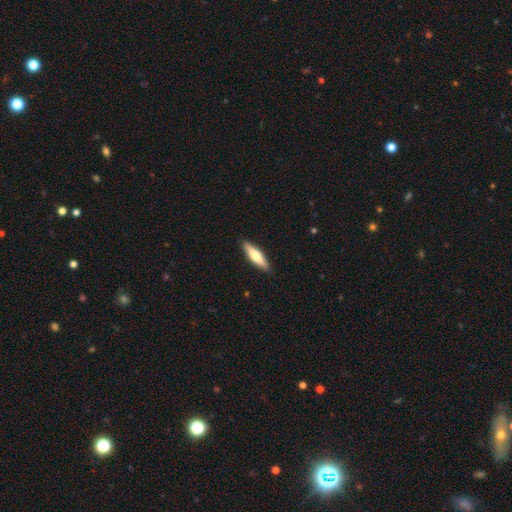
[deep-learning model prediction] The model was most divided on "smooth or featured": smooth: 56%, featured or disk: 39%, star or artifact: 5%. More confident: merging — none (90%); how rounded — cigar-shaped (70%).